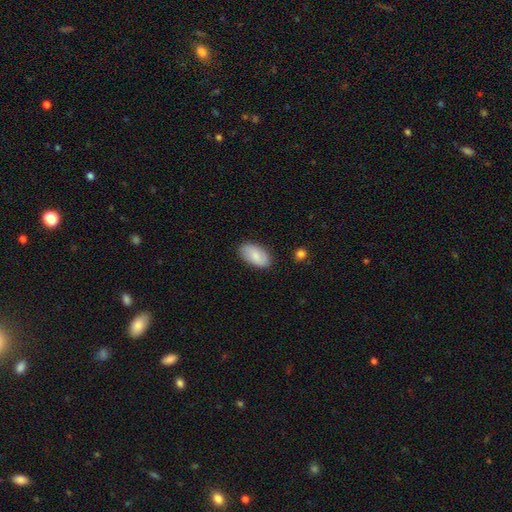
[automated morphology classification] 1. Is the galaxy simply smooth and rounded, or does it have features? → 80% smooth, 14% featured or disk, 6% star or artifact.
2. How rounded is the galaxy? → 95% in between, 3% round, 2% cigar-shaped.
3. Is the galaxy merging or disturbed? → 85% none, 12% minor disturbance, 2% major disturbance, 1% merger.